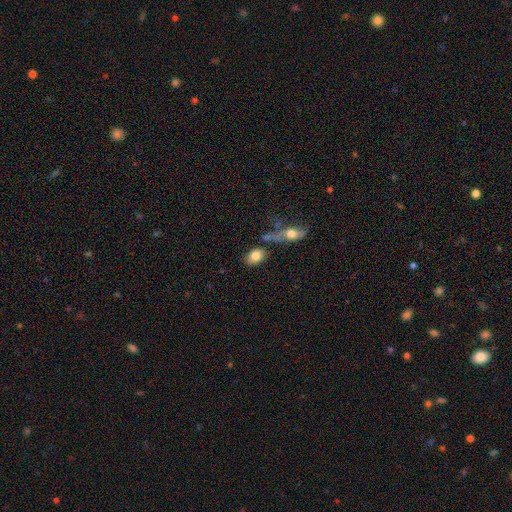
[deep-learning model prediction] Smooth or featured? smooth (79%)
How rounded? in between (82%)
Merging? none (61%)